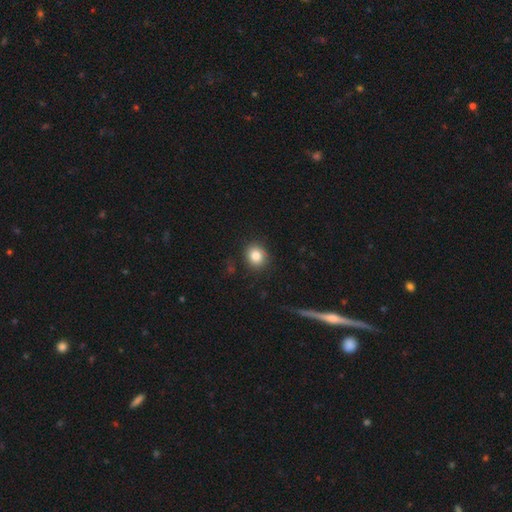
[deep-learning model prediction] Overall: smooth (83%). How rounded: round (78%). Merging: none (87%).